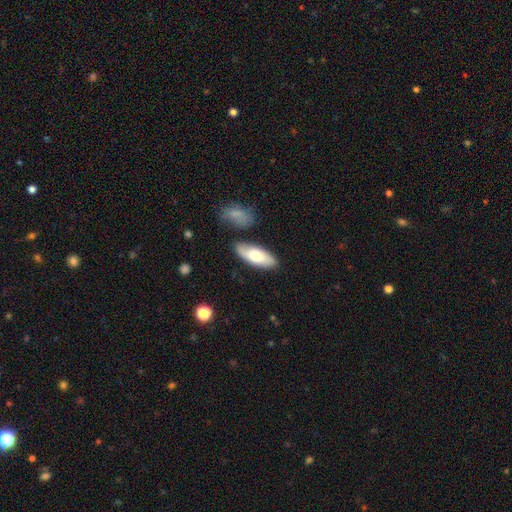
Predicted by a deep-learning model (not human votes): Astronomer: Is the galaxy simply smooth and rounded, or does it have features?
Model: smooth — 71%.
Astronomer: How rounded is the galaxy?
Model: in between — 77%.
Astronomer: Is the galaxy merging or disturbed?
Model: none — 79%.